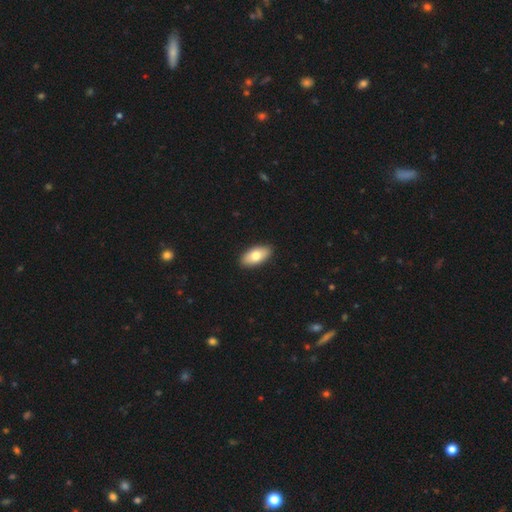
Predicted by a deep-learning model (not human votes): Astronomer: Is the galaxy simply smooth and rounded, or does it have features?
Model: smooth — 76%.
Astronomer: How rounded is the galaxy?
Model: in between — 92%.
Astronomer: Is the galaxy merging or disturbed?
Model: none — 91%.